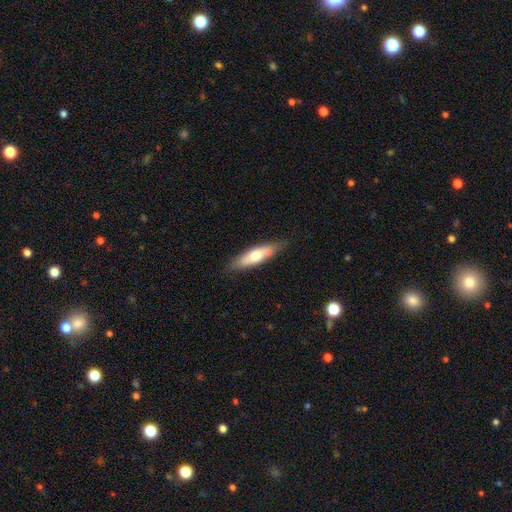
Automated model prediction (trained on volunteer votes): Smooth or featured: smooth — 59% (featured or disk — 36%)
How rounded: cigar-shaped — 57% (in between — 41%)
Merging: none — 77% (minor disturbance — 17%)